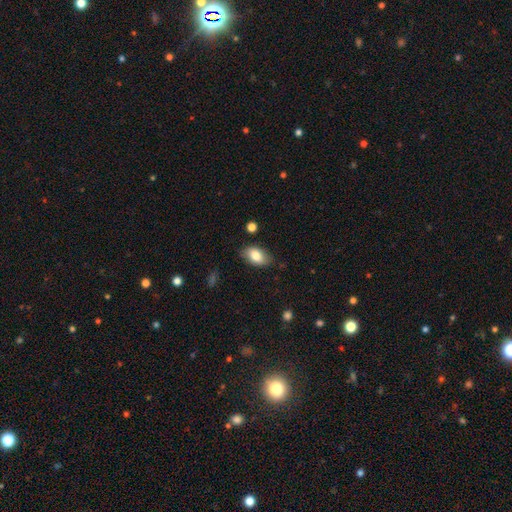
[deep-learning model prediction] Smooth or featured? Predicted: smooth (p=0.81). How rounded? Predicted: in between (p=0.91). Merging? Predicted: none (p=0.81).